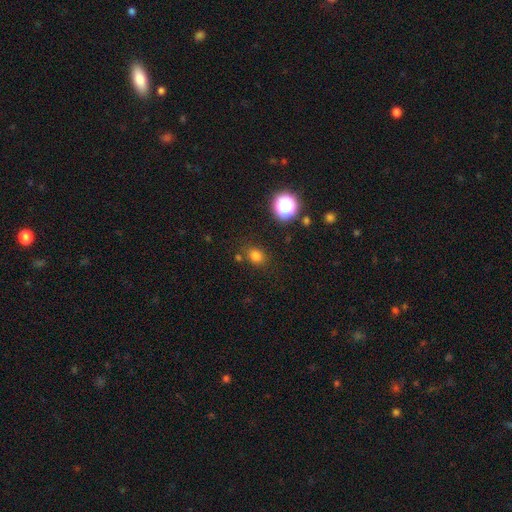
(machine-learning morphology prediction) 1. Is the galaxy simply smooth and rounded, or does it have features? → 76% smooth, 18% star or artifact, 6% featured or disk.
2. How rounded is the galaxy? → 57% round, 42% in between, 1% cigar-shaped.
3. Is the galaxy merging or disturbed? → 79% none, 12% minor disturbance, 5% merger, 4% major disturbance.